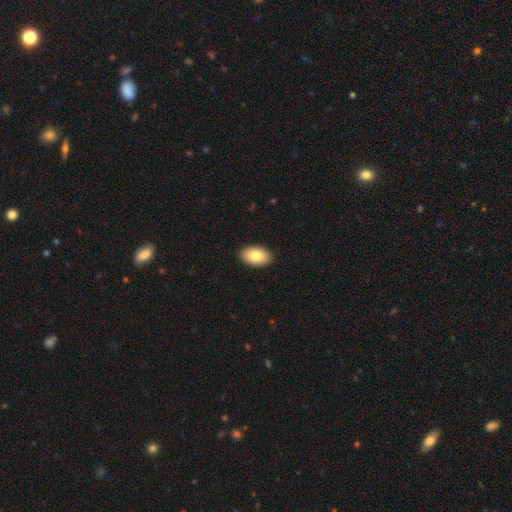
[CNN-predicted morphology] This is clearly a smooth galaxy (84%). How rounded: clearly in between (94%). Merging: clearly none (90%).